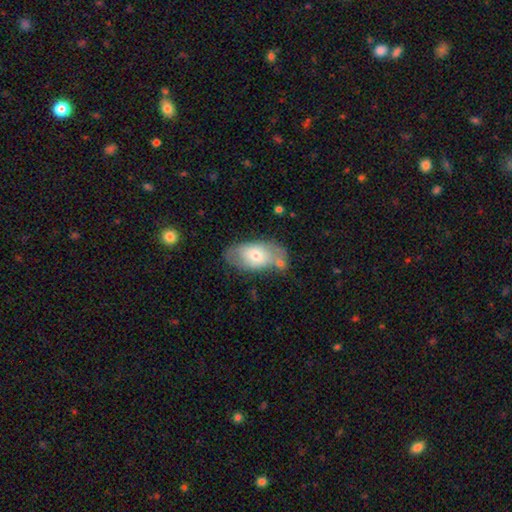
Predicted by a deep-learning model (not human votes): Smooth or featured?
  - smooth: 57% *
  - featured or disk: 37%
  - star or artifact: 6%
How rounded?
  - in between: 90% *
  - round: 7%
  - cigar-shaped: 2%
Merging?
  - none: 53% *
  - minor disturbance: 23%
  - merger: 15%
  - major disturbance: 9%